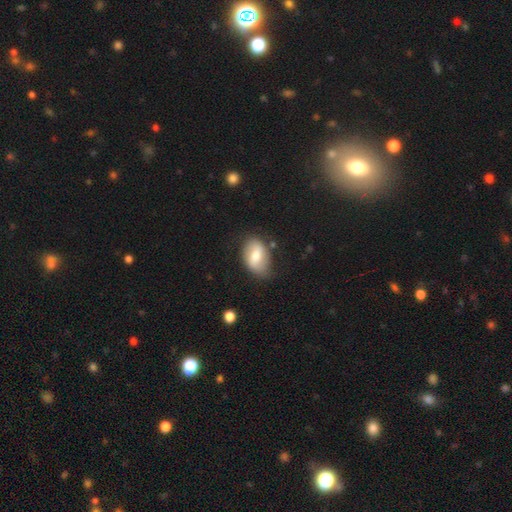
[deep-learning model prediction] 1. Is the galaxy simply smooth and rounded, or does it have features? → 62% smooth, 32% featured or disk, 6% star or artifact.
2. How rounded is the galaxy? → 87% in between, 11% round, 2% cigar-shaped.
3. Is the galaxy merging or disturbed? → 68% none, 23% minor disturbance, 6% major disturbance, 2% merger.